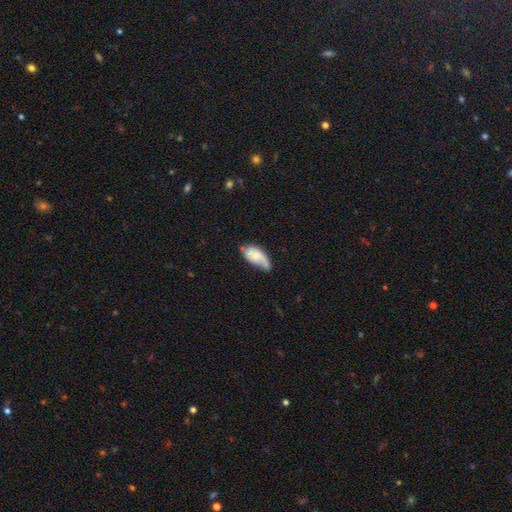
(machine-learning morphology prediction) smooth_or_featured: smooth (p=0.58) [alt: featured or disk p=0.36]
how_rounded: in between (p=0.92) [alt: cigar-shaped p=0.04]
merging: minor disturbance (p=0.41) [alt: none p=0.37]